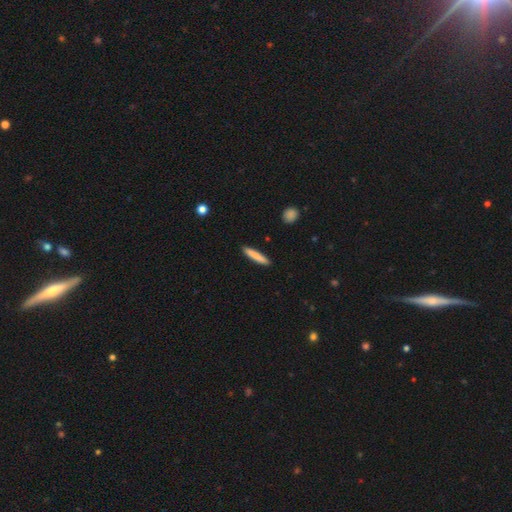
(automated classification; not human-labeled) This is clearly a smooth galaxy (81%). How rounded: clearly cigar-shaped (93%). Merging: clearly none (91%).